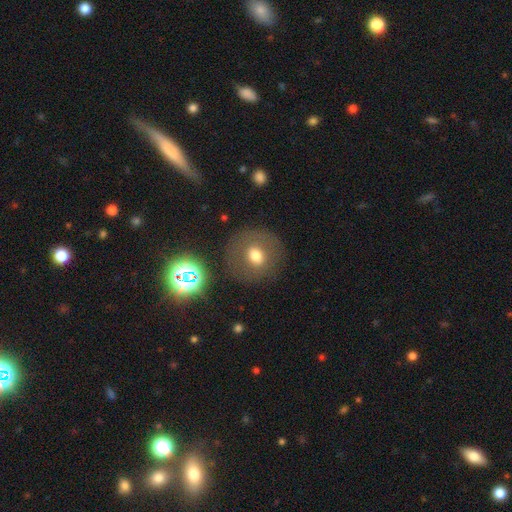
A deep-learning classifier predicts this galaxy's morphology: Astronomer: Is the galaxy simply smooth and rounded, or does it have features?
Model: smooth — 62%.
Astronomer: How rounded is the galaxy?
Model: round — 85%.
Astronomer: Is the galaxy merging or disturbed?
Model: none — 80%.